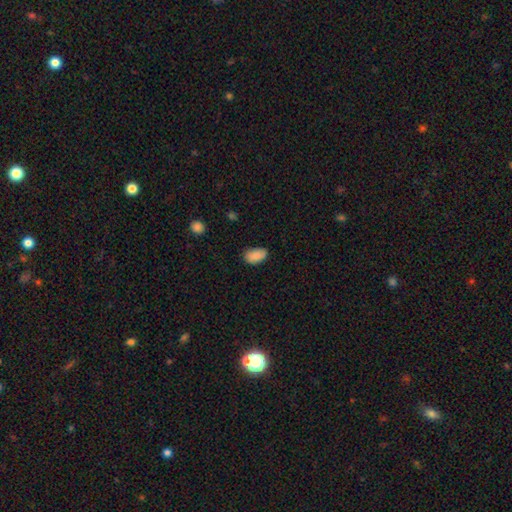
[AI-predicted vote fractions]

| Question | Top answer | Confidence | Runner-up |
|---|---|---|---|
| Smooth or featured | smooth | 88% | star or artifact (7%) |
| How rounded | in between | 92% | round (6%) |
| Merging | none | 75% | minor disturbance (21%) |